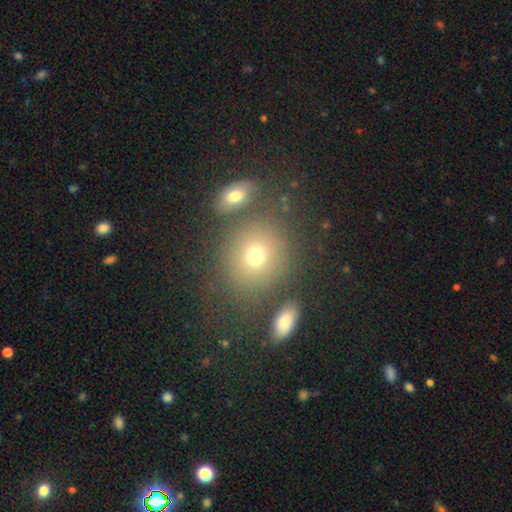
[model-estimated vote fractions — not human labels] This appears to be a smooth galaxy with no disk features (71%) that is round (78%). Merging: none (74%).